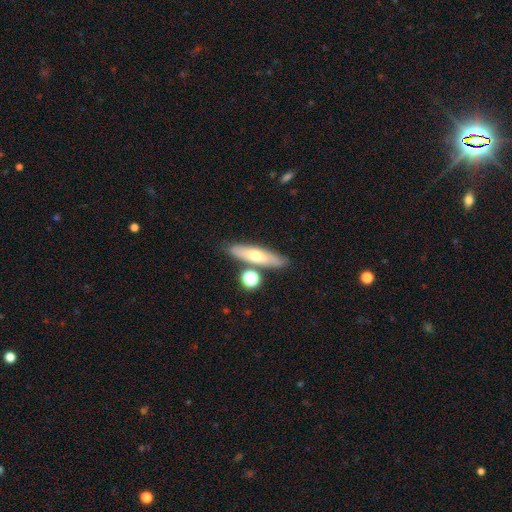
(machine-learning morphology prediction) Smooth or featured: smooth — 55% (featured or disk — 37%)
How rounded: cigar-shaped — 69% (in between — 27%)
Merging: none — 74% (merger — 12%)